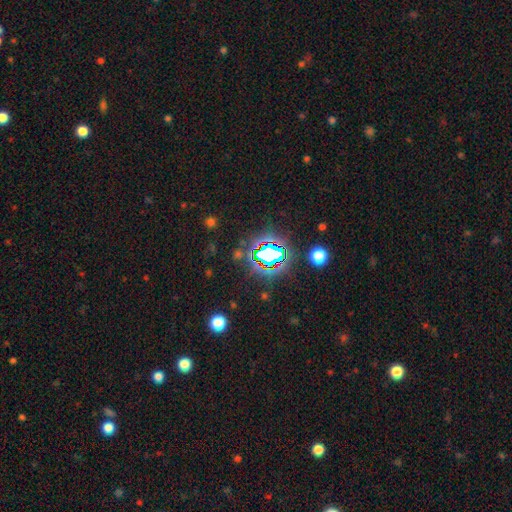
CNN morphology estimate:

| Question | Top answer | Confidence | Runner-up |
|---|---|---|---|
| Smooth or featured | star or artifact | 72% | smooth (17%) |